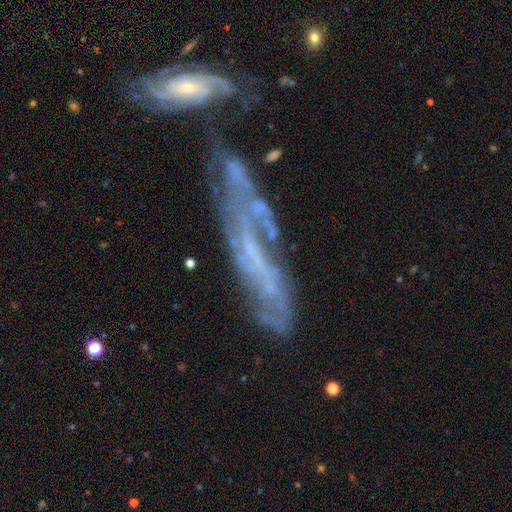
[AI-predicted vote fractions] Overall: featured or disk (71%). Edge-on disk: no (67%; yes 33%). Merging: none (49%; minor disturbance 19%).